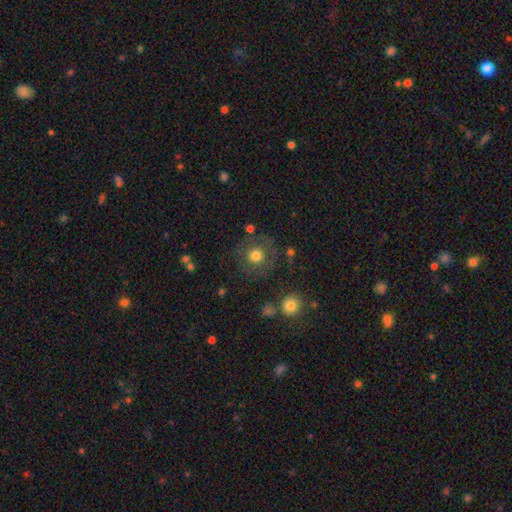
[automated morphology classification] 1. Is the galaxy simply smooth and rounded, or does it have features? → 72% smooth, 16% featured or disk, 12% star or artifact.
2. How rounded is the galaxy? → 94% round, 5% in between, 1% cigar-shaped.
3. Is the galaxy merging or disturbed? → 78% none, 12% minor disturbance, 7% major disturbance, 3% merger.